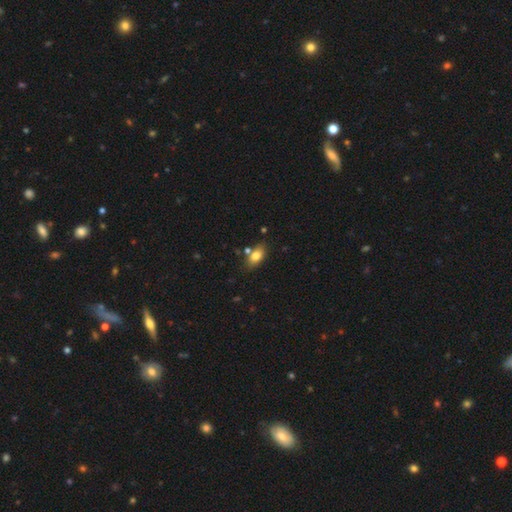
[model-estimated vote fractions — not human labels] Morphology: type=smooth (80%); roundness=in between (87%); merging=none (71%).